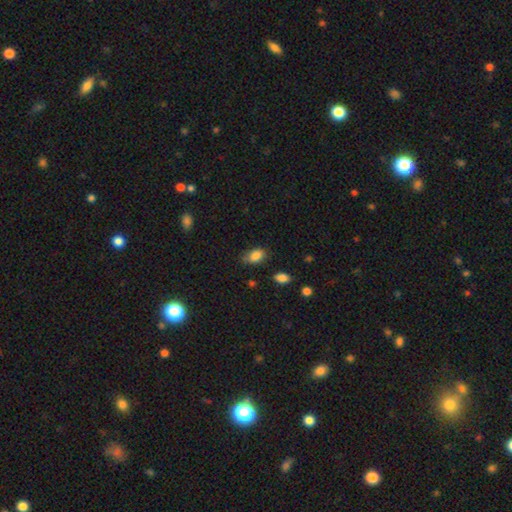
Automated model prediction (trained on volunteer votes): This appears to be a smooth galaxy with no disk features (84%) that is in between round and cigar-shaped (85%). Merging: none (65%).